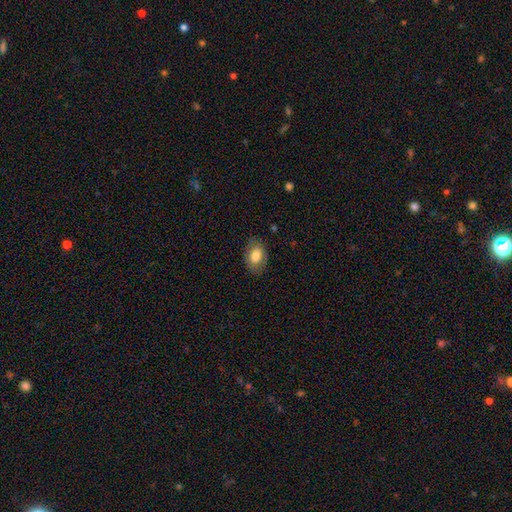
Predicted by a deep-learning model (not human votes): The model was most divided on "smooth or featured": smooth: 76%, featured or disk: 17%, star or artifact: 7%. More confident: how rounded — in between (84%); merging — none (80%).